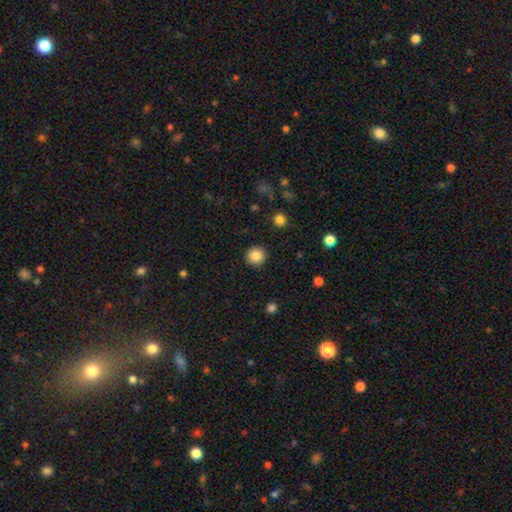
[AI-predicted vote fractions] Smooth or featured?
  - smooth: 85% *
  - star or artifact: 10%
  - featured or disk: 5%
How rounded?
  - round: 95% *
  - in between: 4%
  - cigar-shaped: 1%
Merging?
  - none: 93% *
  - minor disturbance: 5%
  - major disturbance: 2%
  - merger: 1%